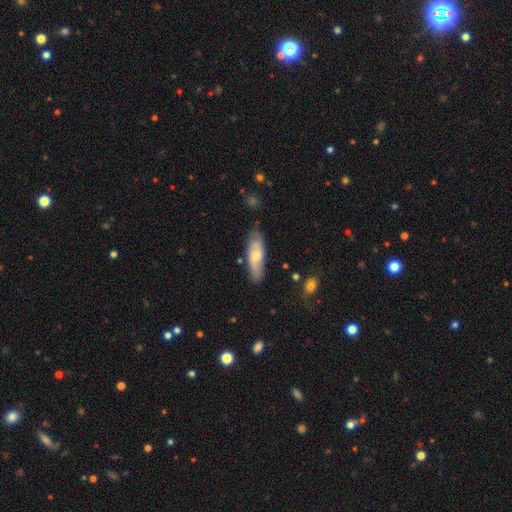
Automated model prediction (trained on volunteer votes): Smooth or featured: smooth — 62% (featured or disk — 32%)
How rounded: in between — 54% (cigar-shaped — 44%)
Merging: none — 79% (minor disturbance — 16%)